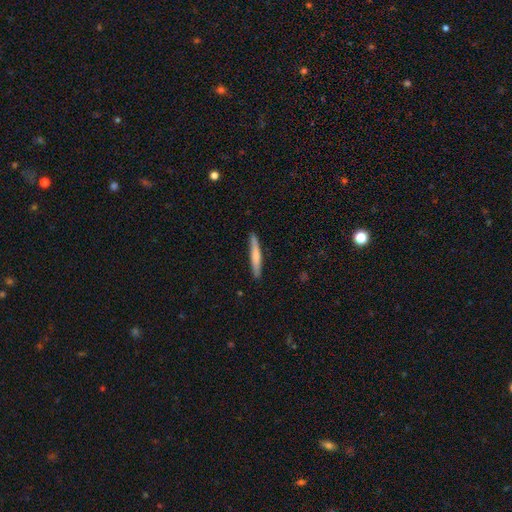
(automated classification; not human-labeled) smooth 69%, featured or disk 26%, star or artifact 5%. Down the decision tree: how rounded — cigar-shaped (95%); merging — none (88%).